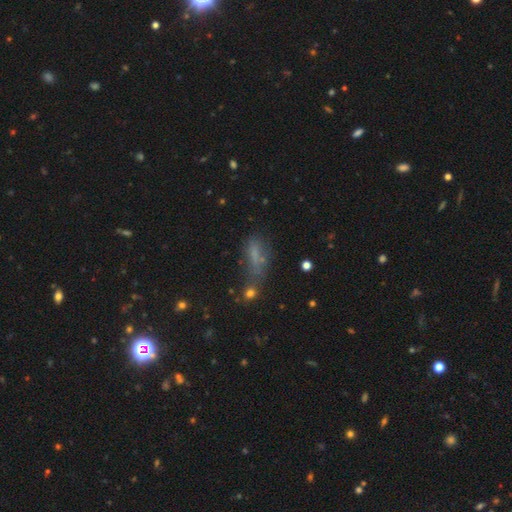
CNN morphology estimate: Smooth or featured: smooth — 60% (star or artifact — 22%)
How rounded: in between — 62% (cigar-shaped — 32%)
Merging: none — 36% (major disturbance — 25%)